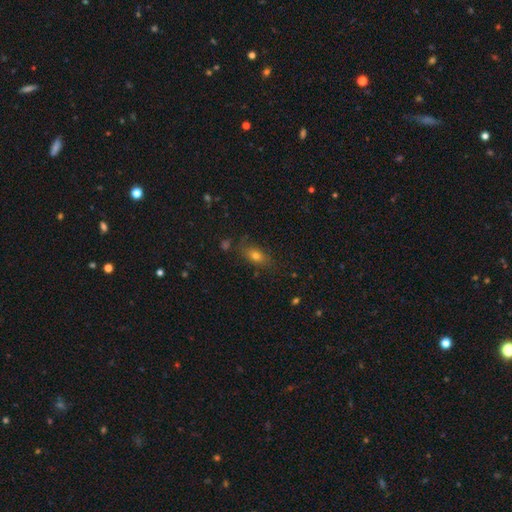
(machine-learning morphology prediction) Overall: smooth (66%). How rounded: in between (73%). Merging: none (76%).